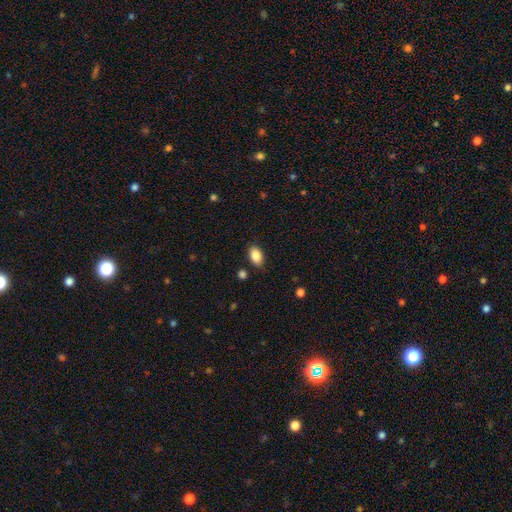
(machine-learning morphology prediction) Overall: smooth (87%). How rounded: in between (88%). Merging: none (85%).